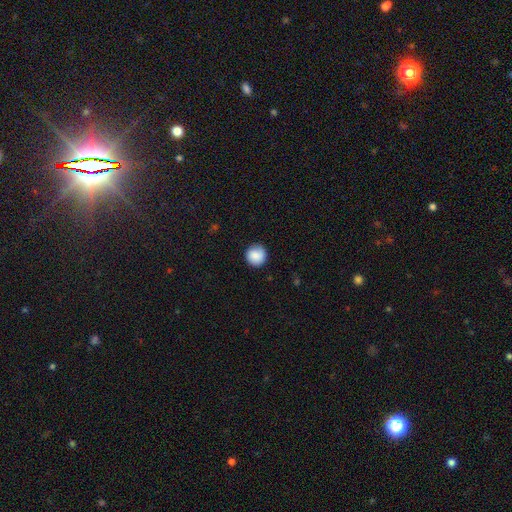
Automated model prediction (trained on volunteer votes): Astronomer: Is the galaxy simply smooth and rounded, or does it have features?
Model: smooth — 87%.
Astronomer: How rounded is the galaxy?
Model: round — 94%.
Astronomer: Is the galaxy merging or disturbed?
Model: none — 87%.